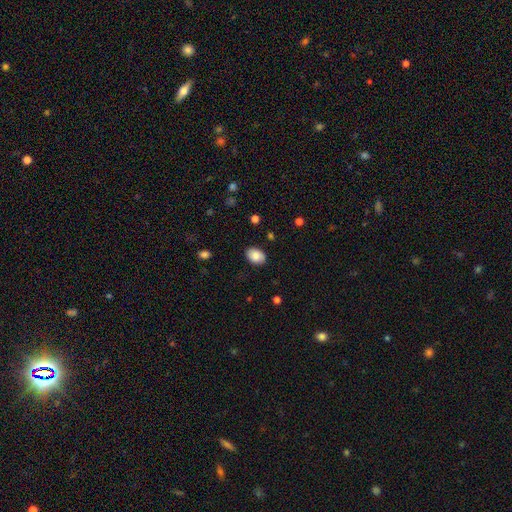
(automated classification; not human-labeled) Smooth or featured?
  - smooth: 85% *
  - featured or disk: 8%
  - star or artifact: 7%
How rounded?
  - in between: 81% *
  - round: 18%
  - cigar-shaped: 1%
Merging?
  - none: 86% *
  - minor disturbance: 10%
  - major disturbance: 2%
  - merger: 1%